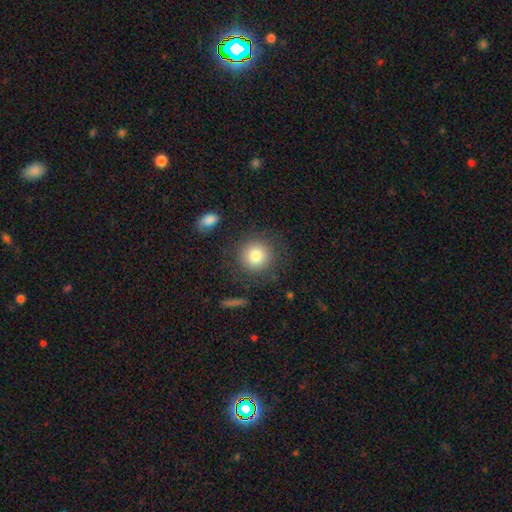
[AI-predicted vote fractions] Overall: smooth (82%). How rounded: round (92%). Merging: none (82%).